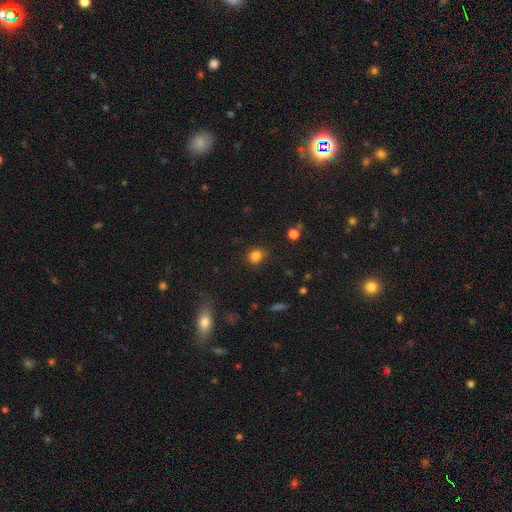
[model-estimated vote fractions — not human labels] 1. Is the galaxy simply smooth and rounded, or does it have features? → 82% smooth, 13% star or artifact, 5% featured or disk.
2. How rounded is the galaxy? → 69% round, 30% in between, 1% cigar-shaped.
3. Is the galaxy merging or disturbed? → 75% none, 17% minor disturbance, 5% major disturbance, 3% merger.